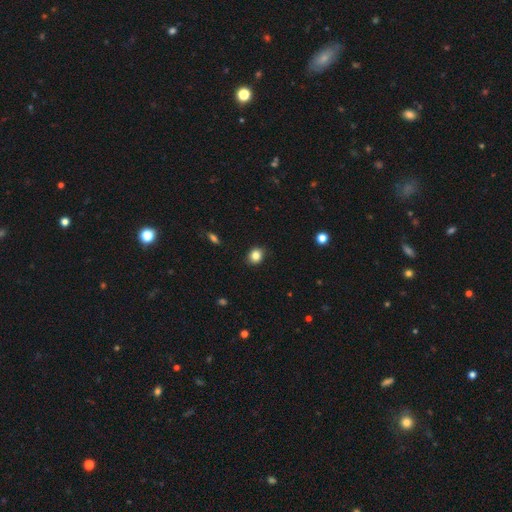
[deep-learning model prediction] The model was most divided on "how rounded": round: 68%, in between: 31%, cigar-shaped: 1%. More confident: merging — none (88%); smooth or featured — smooth (85%).